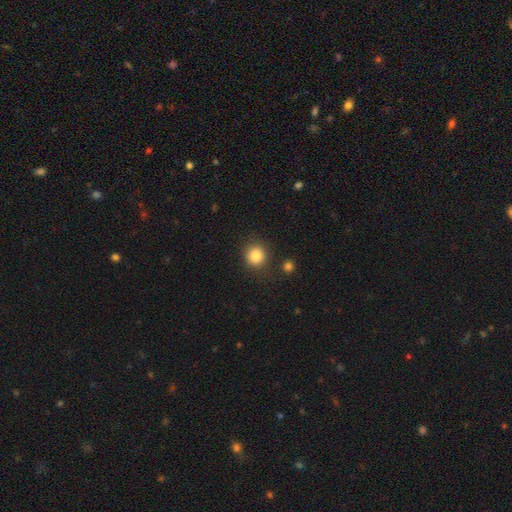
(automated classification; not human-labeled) Morphology: type=smooth (85%); roundness=round (90%); merging=none (85%).